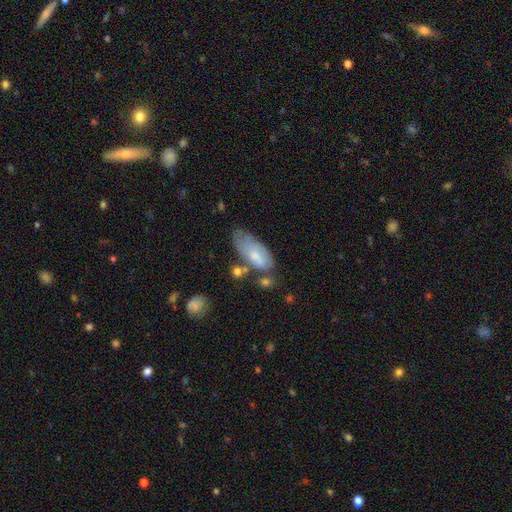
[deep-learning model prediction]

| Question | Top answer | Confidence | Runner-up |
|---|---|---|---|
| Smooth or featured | smooth | 68% | featured or disk (25%) |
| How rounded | in between | 86% | cigar-shaped (12%) |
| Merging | none | 37% | minor disturbance (34%) |